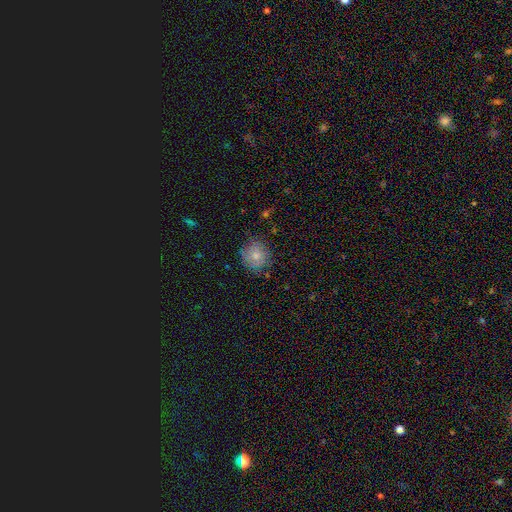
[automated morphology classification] Smooth or featured? smooth (69%)
How rounded? round (88%)
Merging? none (75%)